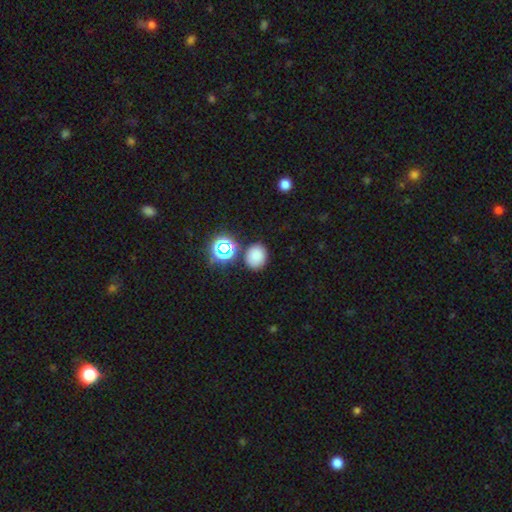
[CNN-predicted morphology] A smooth galaxy with no disk features (77%) that is round (56%).

Vote fractions:
- Smooth or featured? smooth: 77% / star or artifact: 17% / featured or disk: 5%
- How rounded? round: 56% / in between: 43% / cigar-shaped: 1%
- Merging? none: 80% / minor disturbance: 10% / merger: 6% / major disturbance: 3%